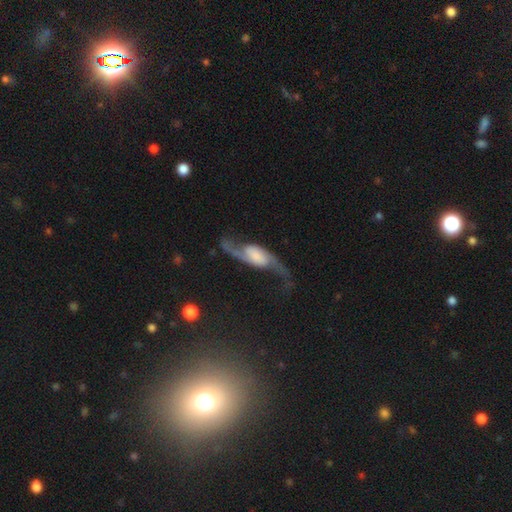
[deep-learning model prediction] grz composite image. It shows a featured or disk galaxy (86%) with no bar (42%), 2 (94%) loose (82%) spiral arms (96%) and a large central bulge (30%, tied with none). Merging: none (64%).